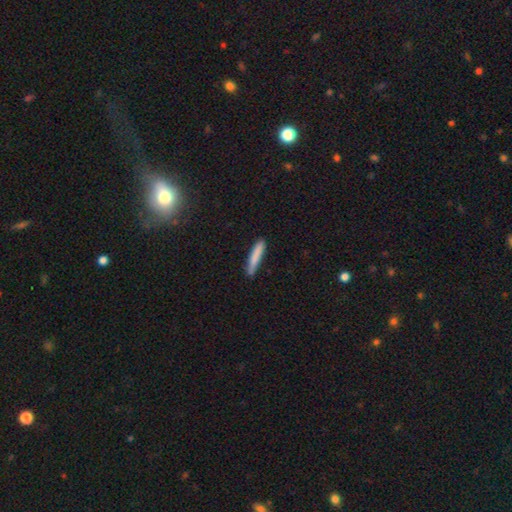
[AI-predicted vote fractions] A smooth galaxy with no disk features (82%) that is cigar-shaped (93%). Merging: none (83%).